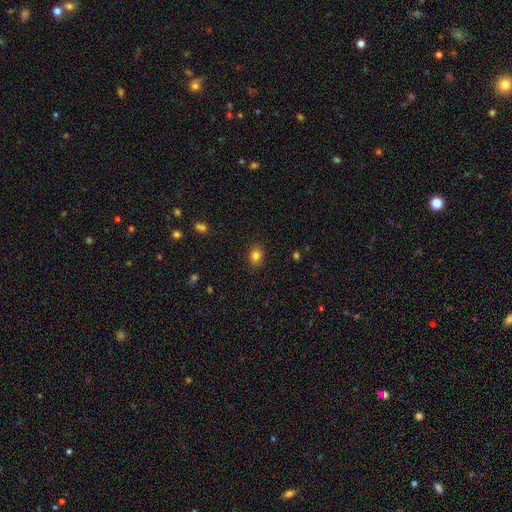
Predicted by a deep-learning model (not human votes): Overall: smooth (83%). How rounded: in between (50%; round 49%). Merging: none (88%).